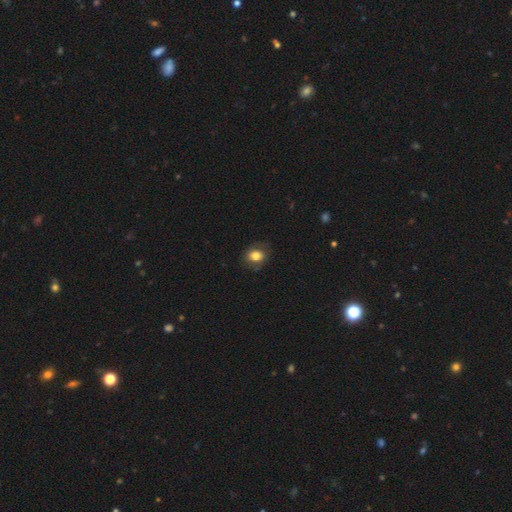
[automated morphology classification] smooth_or_featured: smooth (p=0.78) [alt: featured or disk p=0.13]
how_rounded: in between (p=0.51) [alt: round p=0.48]
merging: none (p=0.76) [alt: minor disturbance p=0.17]